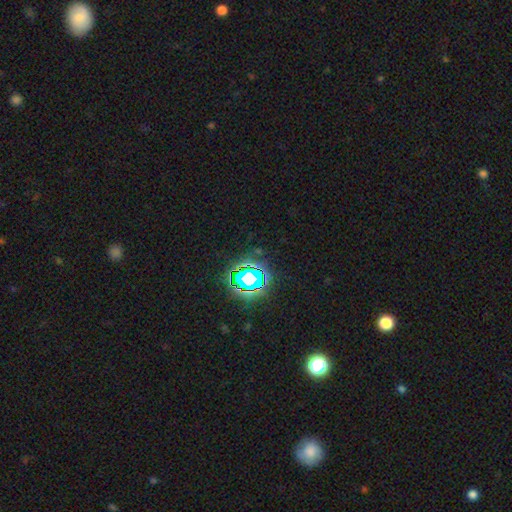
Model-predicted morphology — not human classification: smooth-or-featured: star or artifact: 81% | smooth: 12% | featured or disk: 7%